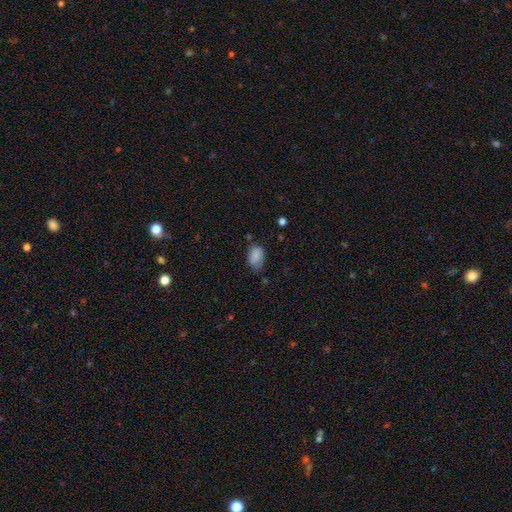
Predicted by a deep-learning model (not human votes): Smooth or featured? Predicted: smooth (p=0.82). How rounded? Predicted: in between (p=0.86). Merging? Predicted: none (p=0.57).